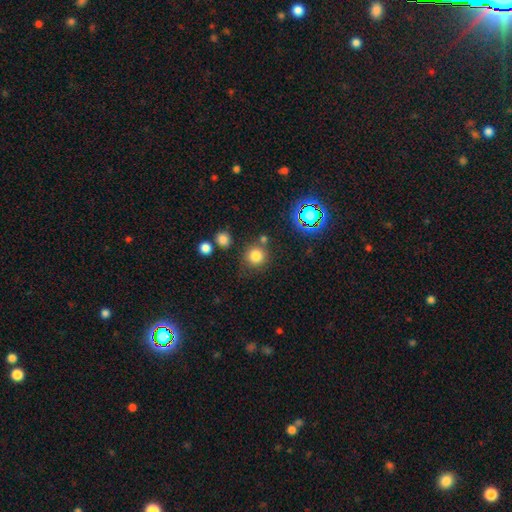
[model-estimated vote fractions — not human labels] Morphology: type=smooth (79%); roundness=round (92%); merging=none (77%).